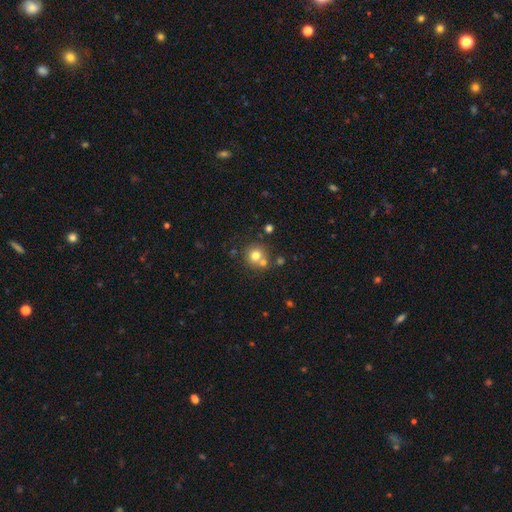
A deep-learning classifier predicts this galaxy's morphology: Smooth or featured?
  - smooth: 73% *
  - star or artifact: 13%
  - featured or disk: 13%
How rounded?
  - round: 90% *
  - in between: 9%
  - cigar-shaped: 1%
Merging?
  - none: 60% *
  - merger: 29%
  - minor disturbance: 8%
  - major disturbance: 3%